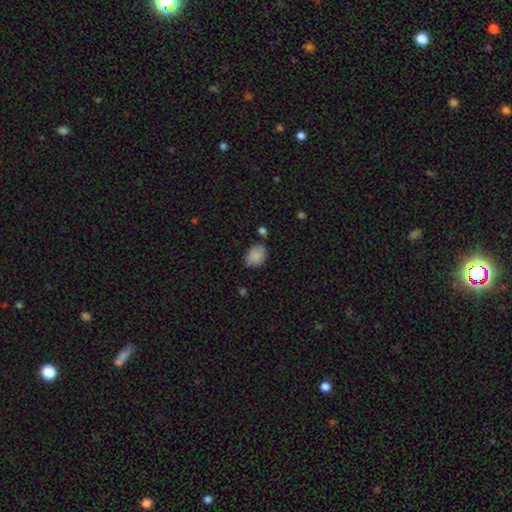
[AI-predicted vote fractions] Smooth or featured?
  - smooth: 87% *
  - star or artifact: 8%
  - featured or disk: 5%
How rounded?
  - in between: 71% *
  - round: 28%
  - cigar-shaped: 1%
Merging?
  - none: 69% *
  - minor disturbance: 23%
  - major disturbance: 5%
  - merger: 4%